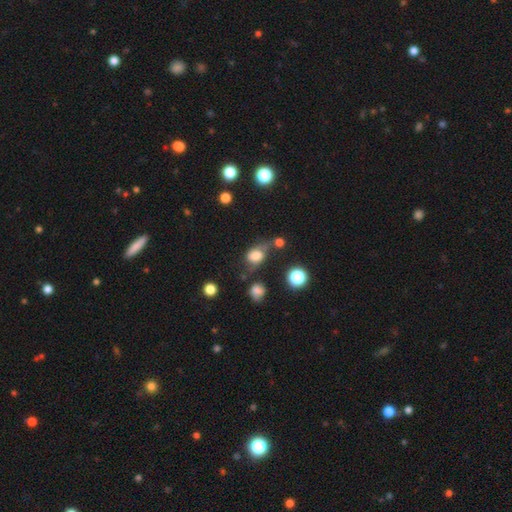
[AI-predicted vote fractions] Smooth or featured? Predicted: smooth (p=0.58). How rounded? Predicted: in between (p=0.63). Merging? Predicted: none (p=0.40).